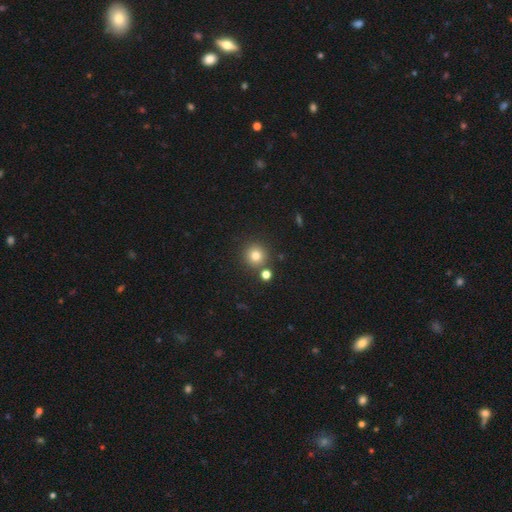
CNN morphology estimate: The model was most divided on "smooth or featured": smooth: 79%, star or artifact: 14%, featured or disk: 8%. More confident: how rounded — round (94%); merging — none (82%).